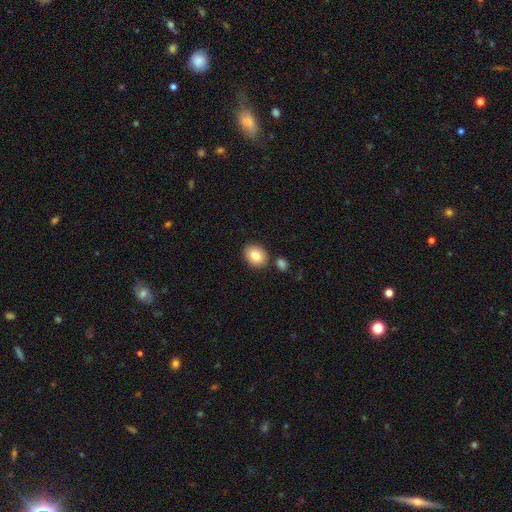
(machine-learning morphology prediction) smooth-or-featured: smooth: 81% | featured or disk: 11% | star or artifact: 8%
  how-rounded: in between: 55% | round: 44% | cigar-shaped: 1%
  merging: none: 80% | minor disturbance: 10% | merger: 7% | major disturbance: 2%